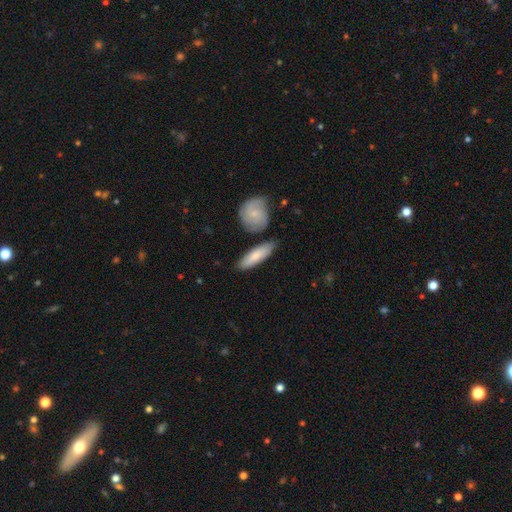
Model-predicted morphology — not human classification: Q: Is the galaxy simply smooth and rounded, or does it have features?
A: smooth — 73%.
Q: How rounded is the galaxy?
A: cigar-shaped — 53%.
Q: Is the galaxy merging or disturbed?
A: none — 75%.